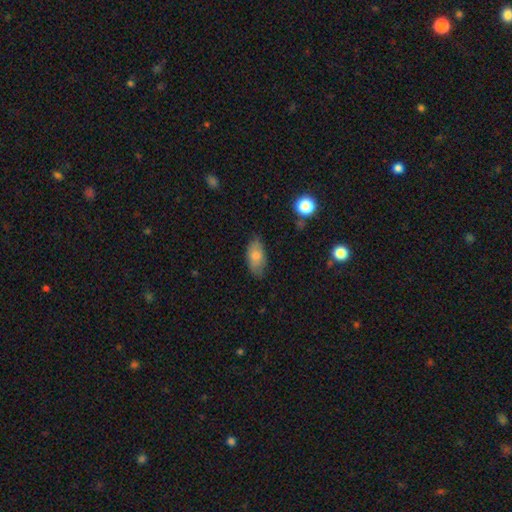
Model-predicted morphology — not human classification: Smooth or featured? smooth (75%)
How rounded? in between (90%)
Merging? none (77%)